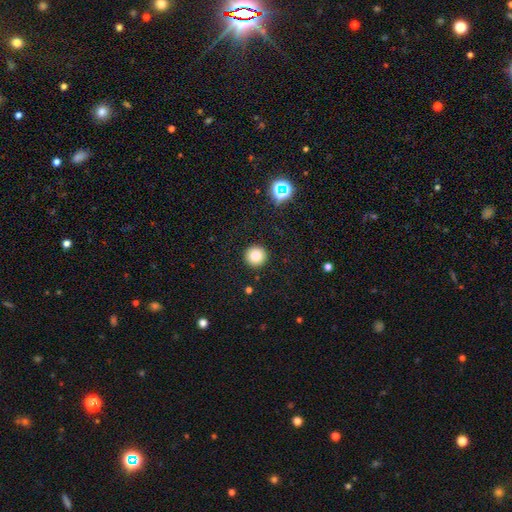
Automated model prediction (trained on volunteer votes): This is clearly a smooth galaxy (81%). How rounded: clearly round (96%). Merging: clearly none (92%).